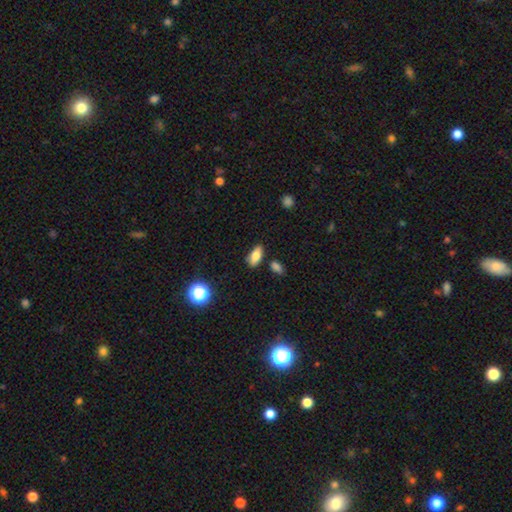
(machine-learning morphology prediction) Smooth or featured? Predicted: smooth (p=0.76). How rounded? Predicted: in between (p=0.85). Merging? Predicted: none (p=0.79).